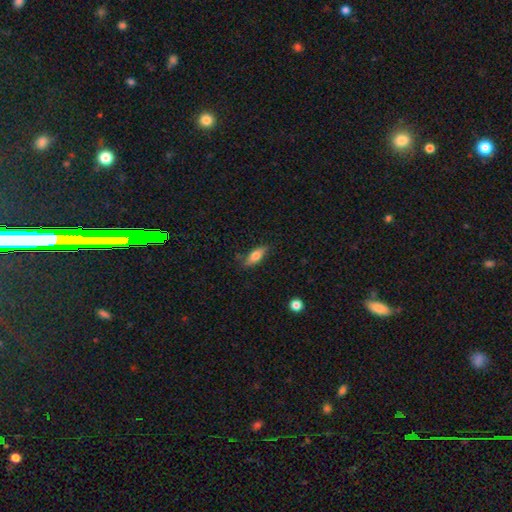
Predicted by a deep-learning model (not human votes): Smooth or featured? smooth (72%)
How rounded? in between (69%)
Merging? none (77%)